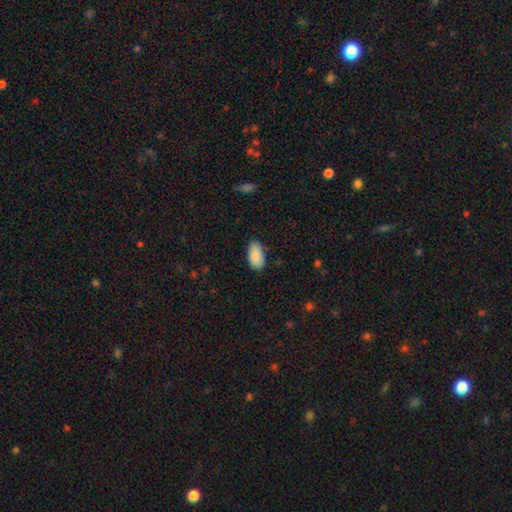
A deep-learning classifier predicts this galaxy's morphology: type=smooth (89%); roundness=in between (95%); merging=none (78%).